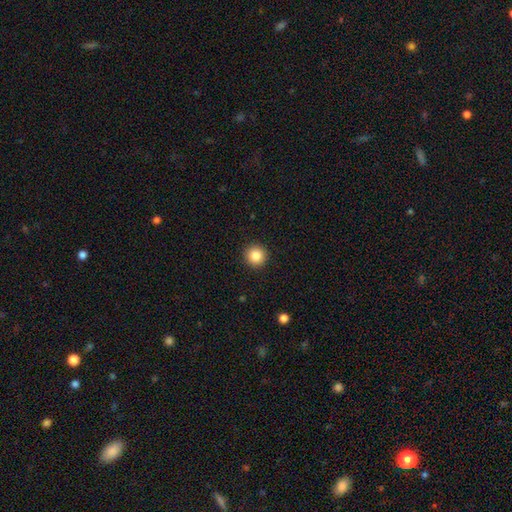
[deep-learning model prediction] A smooth galaxy with no disk features (85%) that is round (95%).

Vote fractions:
- Smooth or featured? smooth: 85% / star or artifact: 10% / featured or disk: 5%
- How rounded? round: 95% / in between: 4% / cigar-shaped: 1%
- Merging? none: 93% / minor disturbance: 5% / major disturbance: 2% / merger: 1%